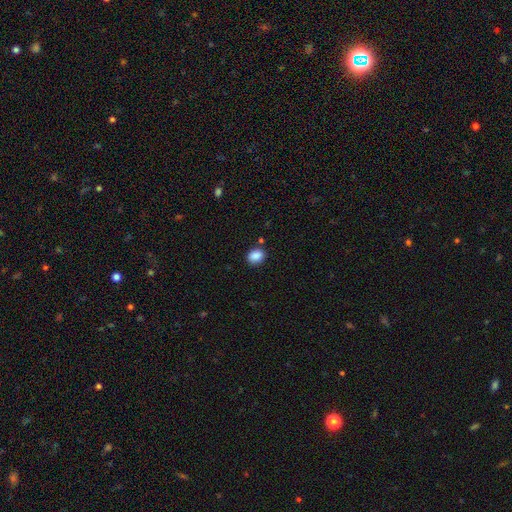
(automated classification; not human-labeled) The model was most divided on "how rounded": in between: 63%, round: 35%, cigar-shaped: 1%. More confident: smooth or featured — smooth (88%); merging — none (84%).